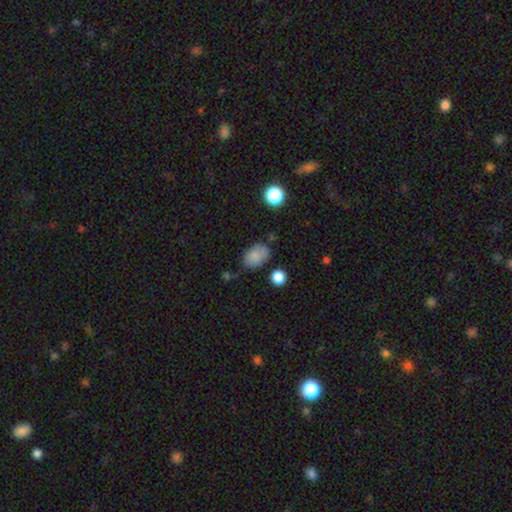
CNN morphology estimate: smooth_or_featured: smooth (p=0.82) [alt: star or artifact p=0.09]
how_rounded: in between (p=0.84) [alt: round p=0.14]
merging: none (p=0.69) [alt: minor disturbance p=0.21]